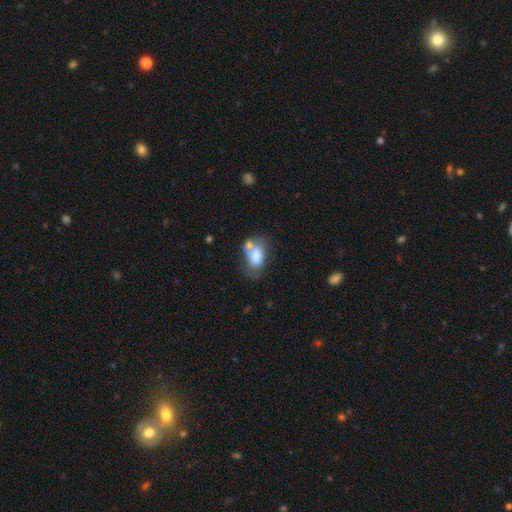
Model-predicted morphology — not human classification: This is likely a smooth galaxy (71%). How rounded: clearly in between (88%). Merging: marginally merger (34%, tied with none).